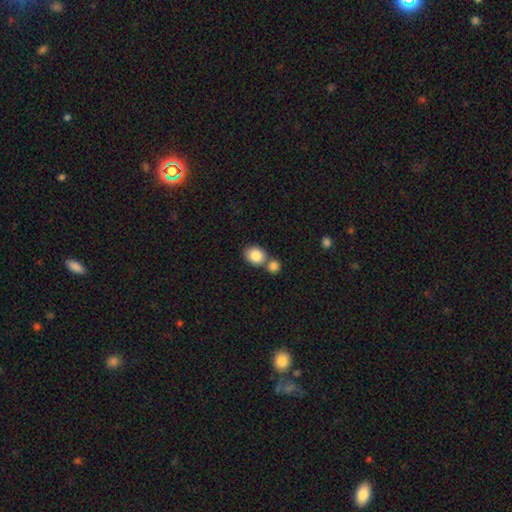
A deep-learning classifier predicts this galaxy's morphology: smooth-or-featured: smooth: 85% | star or artifact: 8% | featured or disk: 7%
  how-rounded: round: 59% | in between: 40% | cigar-shaped: 1%
  merging: none: 49% | merger: 40% | minor disturbance: 8% | major disturbance: 3%